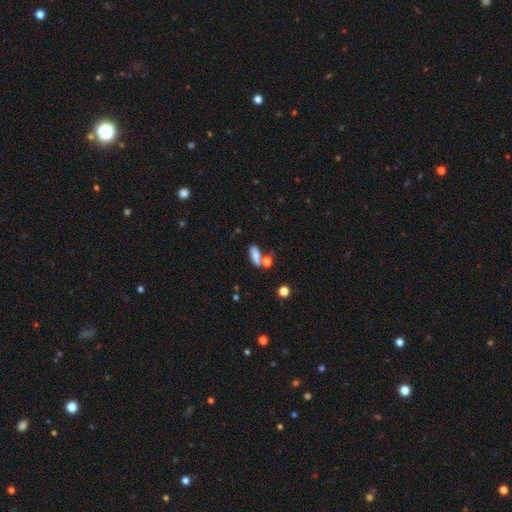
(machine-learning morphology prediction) A smooth galaxy with no disk features (78%) that is in between round and cigar-shaped (61%). Merging: none (54%).